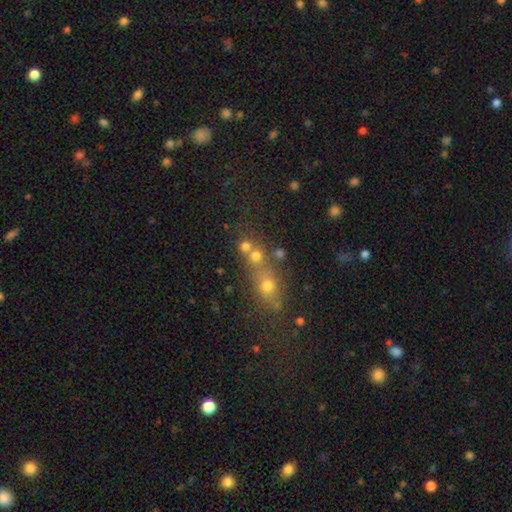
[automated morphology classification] This is likely a smooth galaxy (66%). How rounded: clearly round (81%). Merging: possibly none (47%).